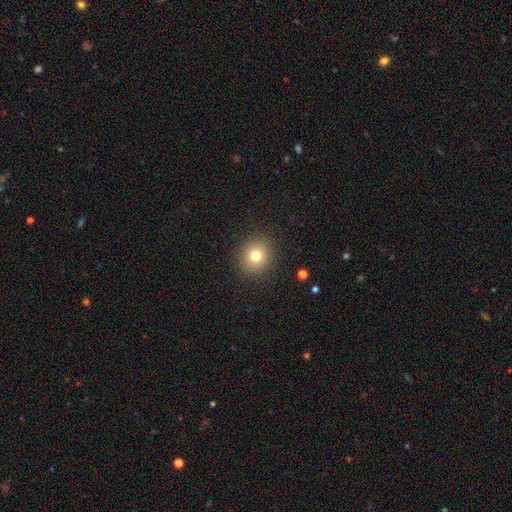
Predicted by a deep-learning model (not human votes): Smooth or featured: smooth — 77% (star or artifact — 13%)
How rounded: round — 84% (in between — 15%)
Merging: none — 90% (minor disturbance — 7%)